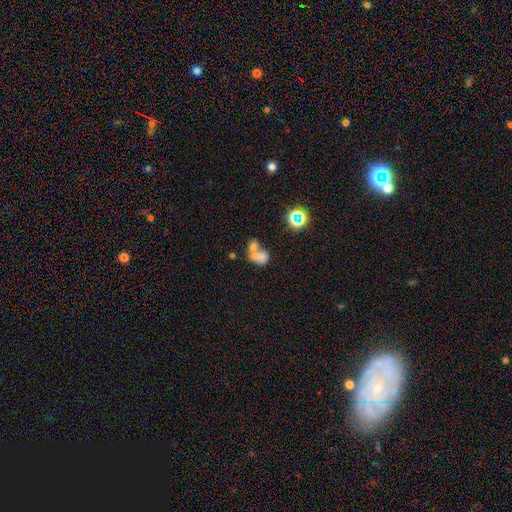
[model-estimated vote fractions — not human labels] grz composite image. It shows a smooth galaxy with no disk features (59%) that is in between round and cigar-shaped (53%). Merging: merger (68%).